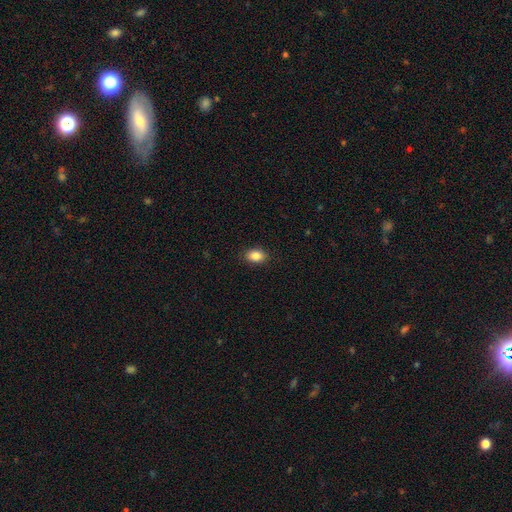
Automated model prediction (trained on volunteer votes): Morphology: type=smooth (87%); roundness=in between (81%); merging=none (88%).